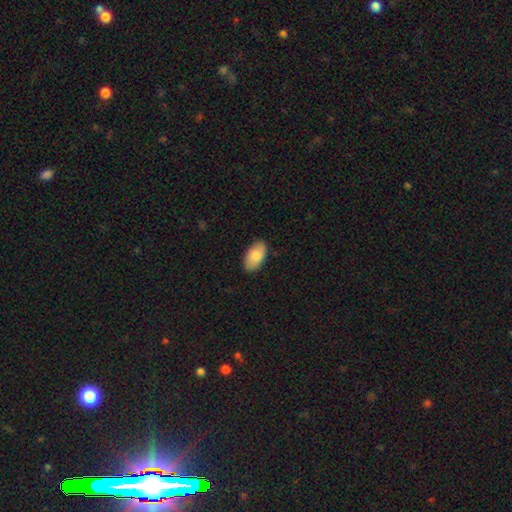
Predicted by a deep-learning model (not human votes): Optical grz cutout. It shows a smooth galaxy with no disk features (85%) that is in between round and cigar-shaped (95%). Merging: none (87%).